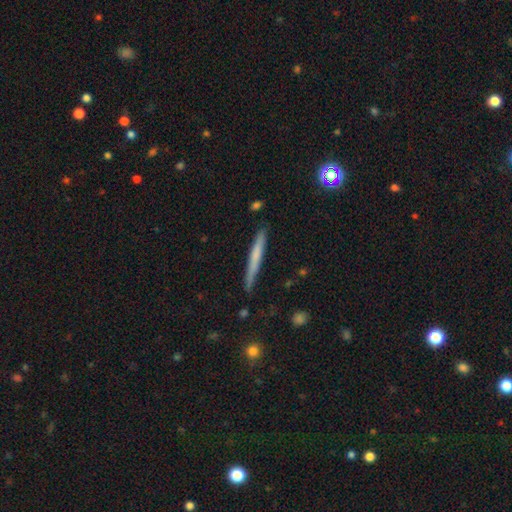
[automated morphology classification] A smooth galaxy with no disk features (58%) that is cigar-shaped (96%).

Vote fractions:
- Smooth or featured? smooth: 58% / featured or disk: 36% / star or artifact: 7%
- How rounded? cigar-shaped: 96% / in between: 2% / round: 1%
- Merging? none: 84% / minor disturbance: 12% / major disturbance: 2% / merger: 2%